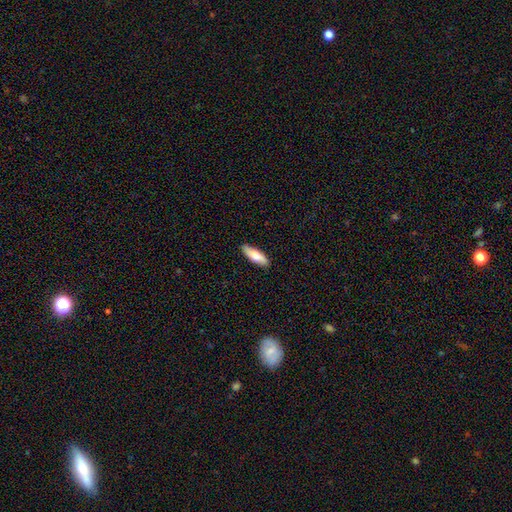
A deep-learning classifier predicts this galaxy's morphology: Smooth or featured? Predicted: smooth (p=0.77). How rounded? Predicted: in between (p=0.53). Merging? Predicted: none (p=0.87).